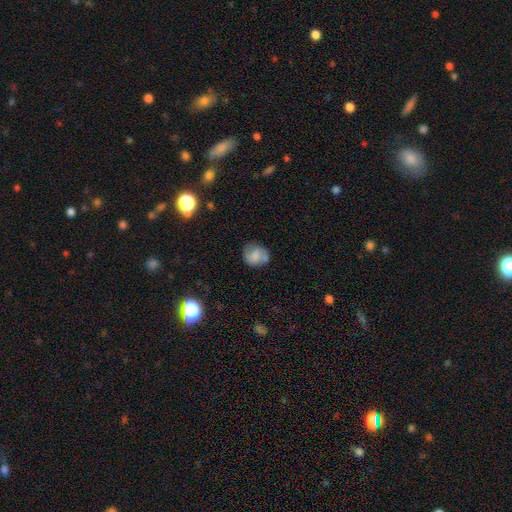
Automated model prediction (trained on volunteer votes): This is possibly a smooth galaxy (56%). How rounded: likely round (72%). Merging: likely none (60%).